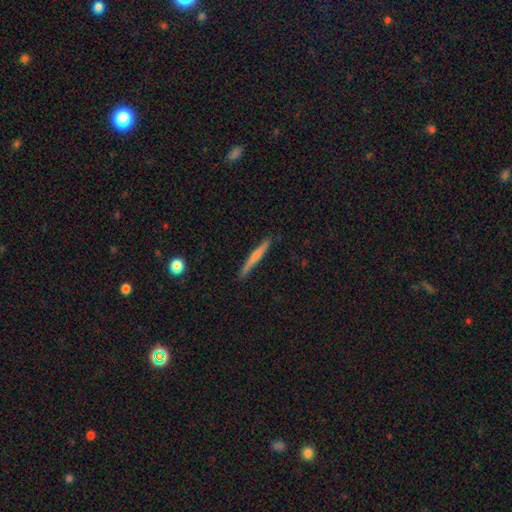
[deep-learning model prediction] Q: Smooth or featured?
A: featured or disk (58%); runner-up: smooth (32%)
Q: Edge-on disk?
A: yes (96%); runner-up: no (4%)
Q: Edge-on bulge?
A: rounded (60%); runner-up: none (33%)
Q: Merging?
A: none (88%); runner-up: minor disturbance (9%)